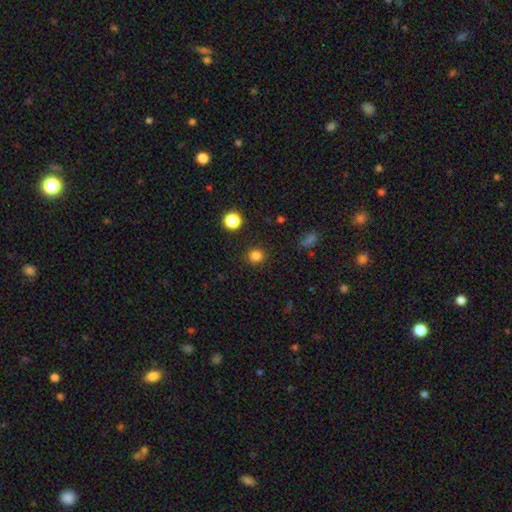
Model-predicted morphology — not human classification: smooth 82%, star or artifact 14%, featured or disk 4%. Down the decision tree: how rounded — round (89%); merging — none (90%).